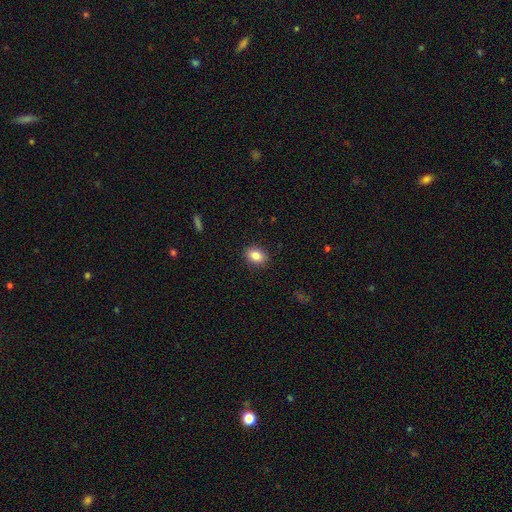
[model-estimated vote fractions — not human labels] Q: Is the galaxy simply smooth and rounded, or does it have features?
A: smooth — 85%.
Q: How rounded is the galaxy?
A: in between — 68%.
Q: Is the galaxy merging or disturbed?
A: none — 90%.